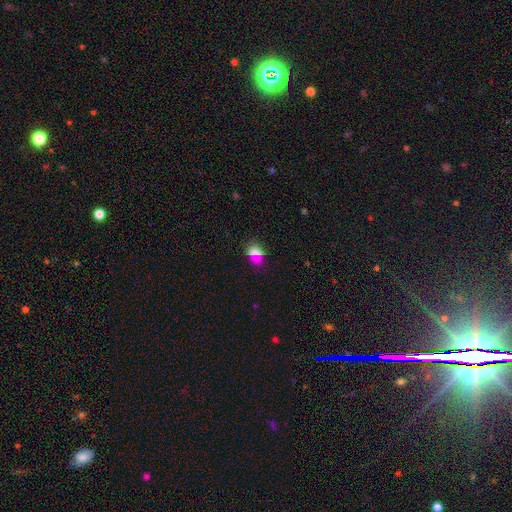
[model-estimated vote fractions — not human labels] Smooth or featured: smooth — 72% (star or artifact — 19%)
How rounded: in between — 55% (round — 42%)
Merging: none — 75% (minor disturbance — 13%)